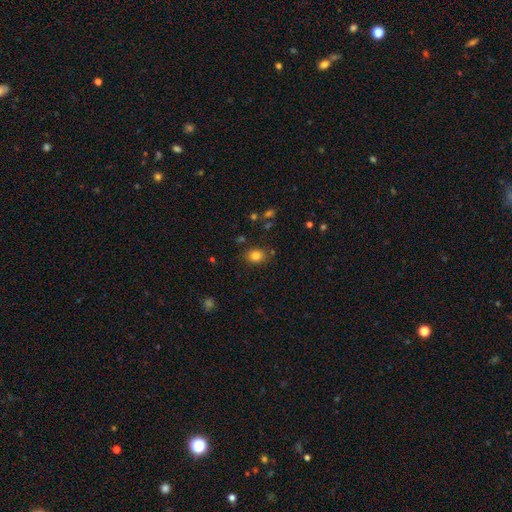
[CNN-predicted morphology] smooth 82%, star or artifact 12%, featured or disk 6%. Down the decision tree: how rounded — in between (50%); merging — none (81%).